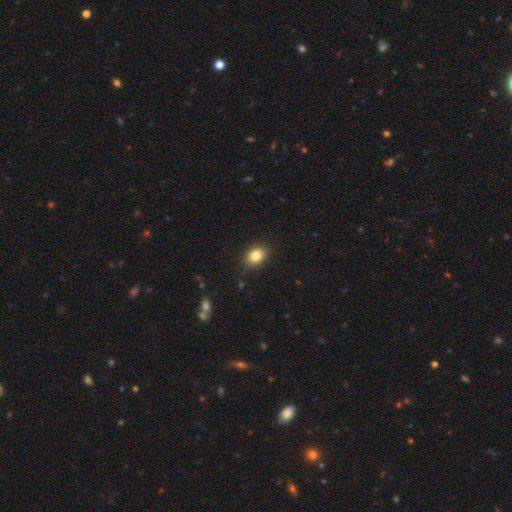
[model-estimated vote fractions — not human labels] This is clearly a smooth galaxy (83%). How rounded: possibly in between (55%). Merging: clearly none (82%).